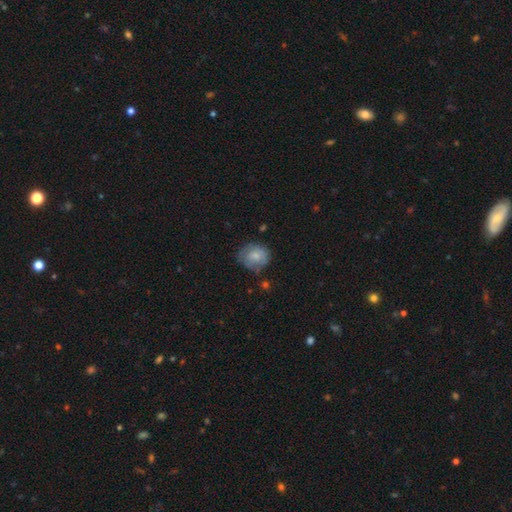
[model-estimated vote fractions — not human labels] smooth_or_featured: smooth (p=0.69) [alt: featured or disk p=0.23]
how_rounded: round (p=0.66) [alt: in between p=0.33]
merging: none (p=0.58) [alt: minor disturbance p=0.28]